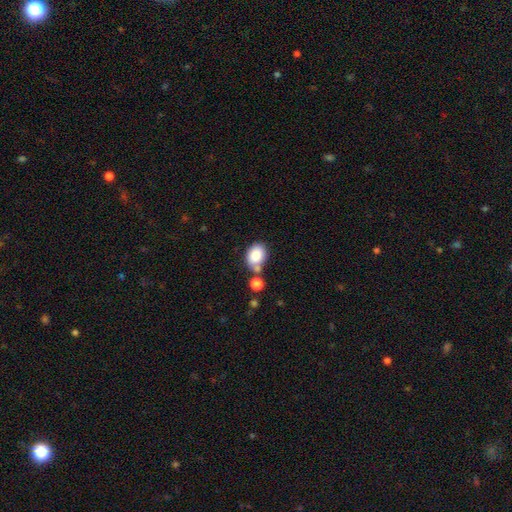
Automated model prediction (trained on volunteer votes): Smooth or featured? Predicted: smooth (p=0.84). How rounded? Predicted: in between (p=0.70). Merging? Predicted: none (p=0.54).